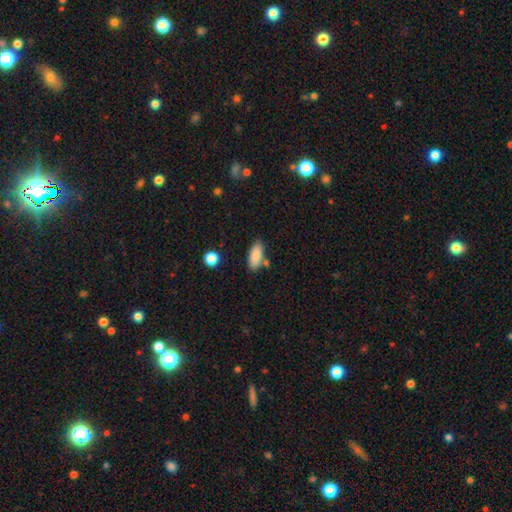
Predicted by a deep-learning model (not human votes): Smooth or featured: smooth — 87% (star or artifact — 7%)
How rounded: in between — 84% (cigar-shaped — 14%)
Merging: none — 72% (minor disturbance — 14%)